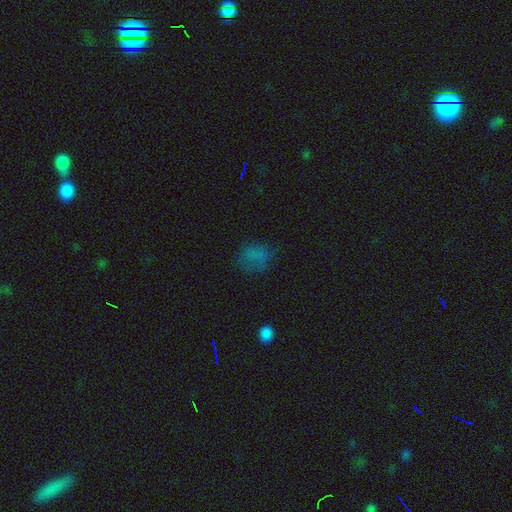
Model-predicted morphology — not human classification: The model was most divided on "how rounded": round: 52%, in between: 46%, cigar-shaped: 2%. More confident: smooth or featured — smooth (64%); merging — none (55%).